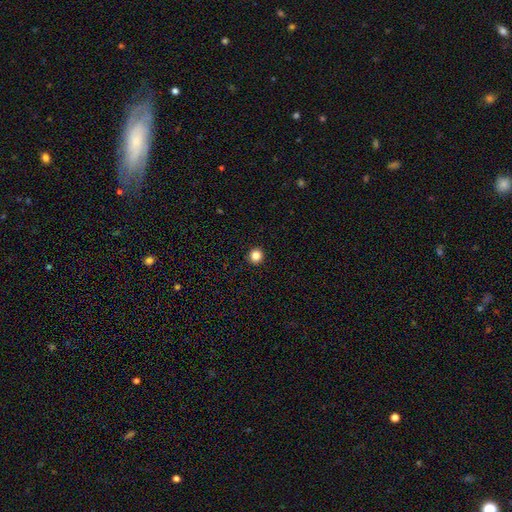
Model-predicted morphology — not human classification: This is clearly a smooth galaxy (85%). How rounded: clearly round (92%). Merging: clearly none (93%).